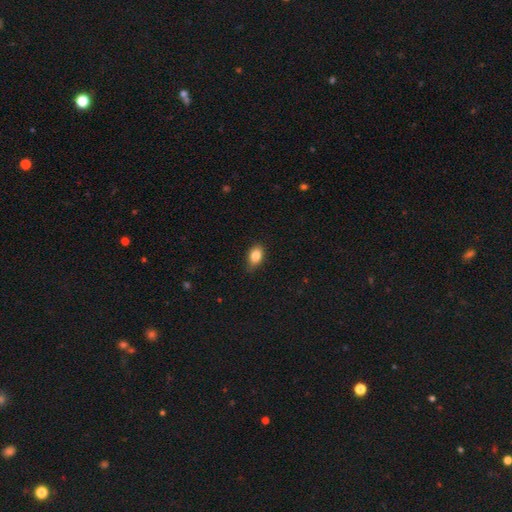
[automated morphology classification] Smooth or featured? Predicted: smooth (p=0.83). How rounded? Predicted: in between (p=0.81). Merging? Predicted: none (p=0.75).